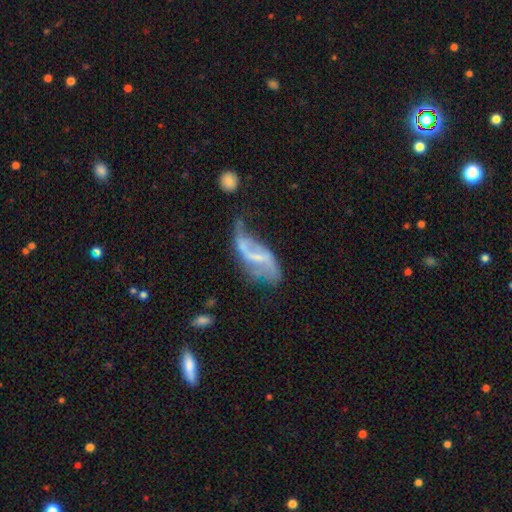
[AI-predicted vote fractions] The model was most divided on "bar": weak: 40%, strong: 39%, no: 21%. Remaining: edge-on disk — no (93%); spiral arm count — 2 (83%); spiral arms — yes (81%); spiral winding — loose (81%); smooth or featured — featured or disk (77%); bulge size — small (47%); merging — none (35%).